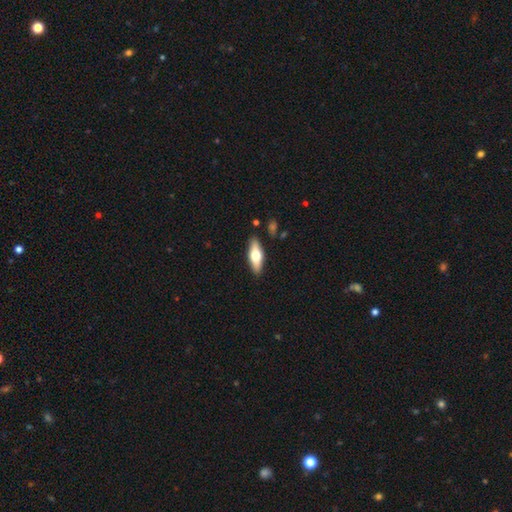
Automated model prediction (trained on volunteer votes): smooth 52%, featured or disk 43%, star or artifact 6%. Down the decision tree: how rounded — in between (61%); merging — none (87%).